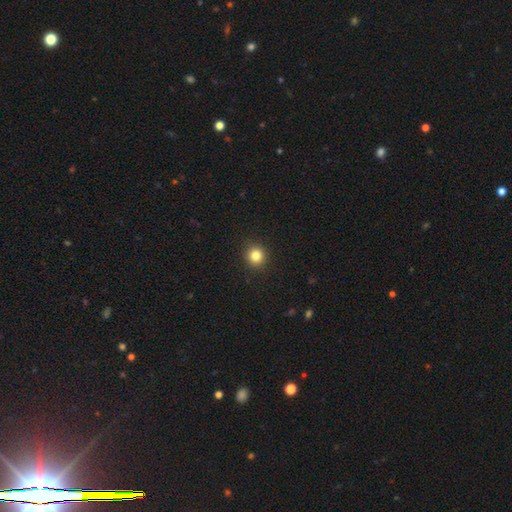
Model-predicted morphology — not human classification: type=smooth (83%); roundness=round (92%); merging=none (92%).